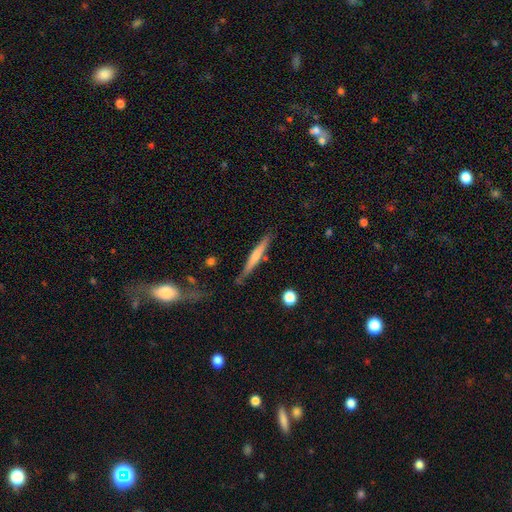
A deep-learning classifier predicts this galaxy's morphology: Q: Smooth or featured?
A: featured or disk (49%); runner-up: smooth (45%)
Q: Merging?
A: none (80%); runner-up: minor disturbance (14%)